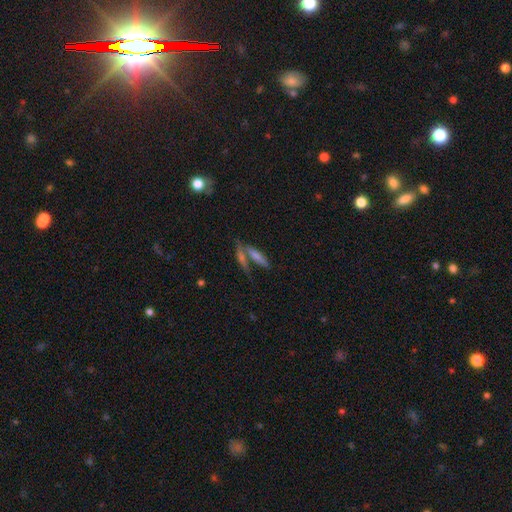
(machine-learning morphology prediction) smooth_or_featured: smooth (p=0.55) [alt: featured or disk p=0.34]
how_rounded: cigar-shaped (p=0.72) [alt: in between p=0.25]
merging: none (p=0.46) [alt: merger p=0.41]